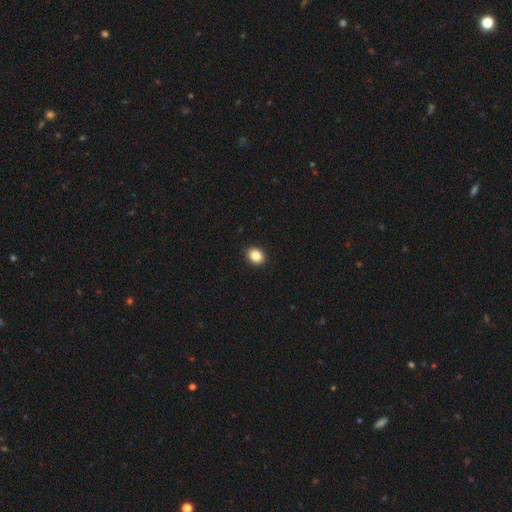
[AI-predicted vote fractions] This appears to be a smooth galaxy with no disk features (86%) that is round (54%). Merging: none (92%).